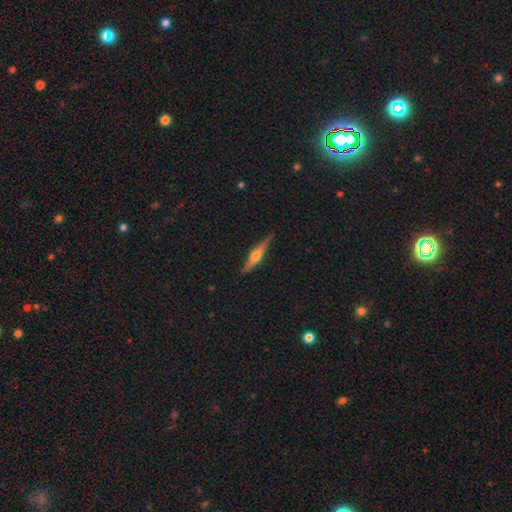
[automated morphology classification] Q: Smooth or featured?
A: featured or disk (66%); runner-up: smooth (28%)
Q: Edge-on disk?
A: yes (96%); runner-up: no (4%)
Q: Edge-on bulge?
A: rounded (92%); runner-up: boxy (4%)
Q: Merging?
A: none (86%); runner-up: minor disturbance (11%)